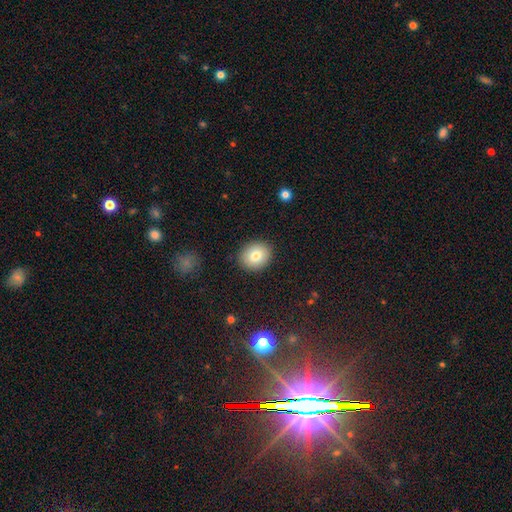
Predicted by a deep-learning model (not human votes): Smooth or featured? Predicted: smooth (p=0.79). How rounded? Predicted: round (p=0.68). Merging? Predicted: none (p=0.89).